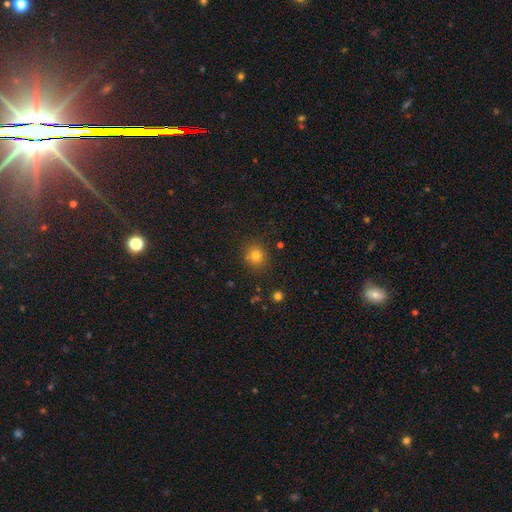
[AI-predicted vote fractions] Smooth or featured? Predicted: smooth (p=0.78). How rounded? Predicted: round (p=0.84). Merging? Predicted: none (p=0.86).